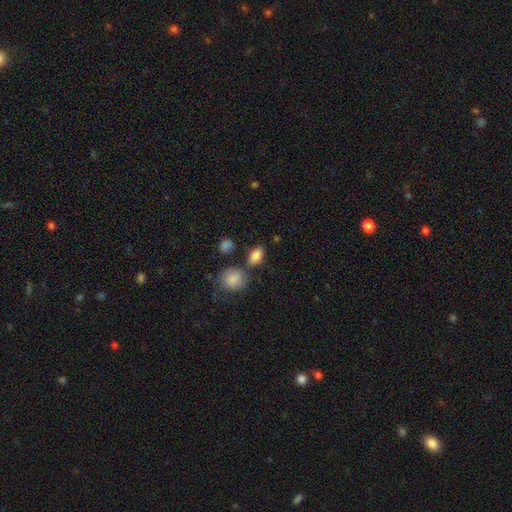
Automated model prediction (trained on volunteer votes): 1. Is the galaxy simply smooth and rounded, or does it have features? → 86% smooth, 8% star or artifact, 5% featured or disk.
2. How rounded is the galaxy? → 85% in between, 12% round, 2% cigar-shaped.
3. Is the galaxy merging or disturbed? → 70% none, 14% minor disturbance, 12% merger, 4% major disturbance.